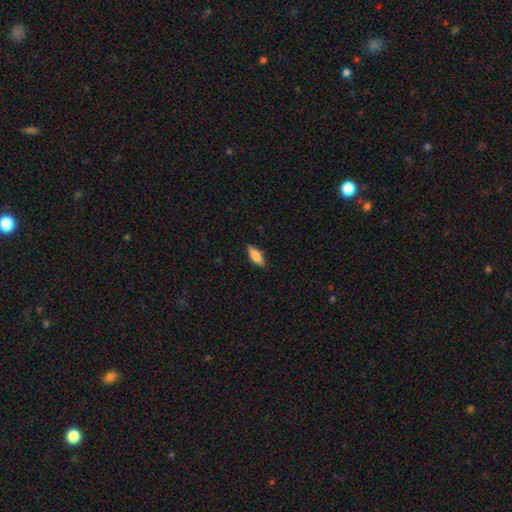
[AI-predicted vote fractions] smooth 78%, featured or disk 16%, star or artifact 6%. Down the decision tree: how rounded — in between (66%); merging — none (86%).